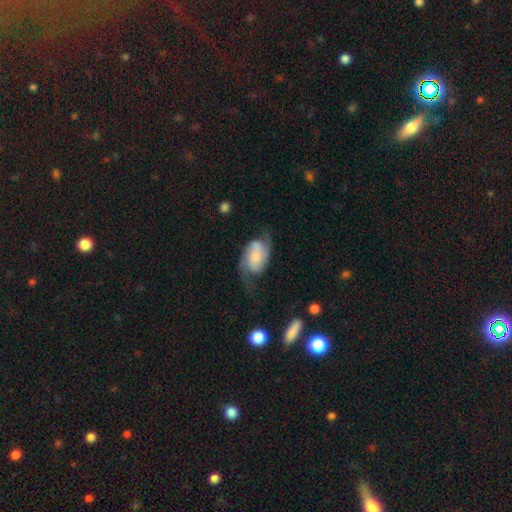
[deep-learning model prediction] This appears to be a featured or disk galaxy (63%) with no bar (60%), 2 (88%) loose (44%) spiral arms (91%) and a small central bulge (39%). Merging: none (51%).